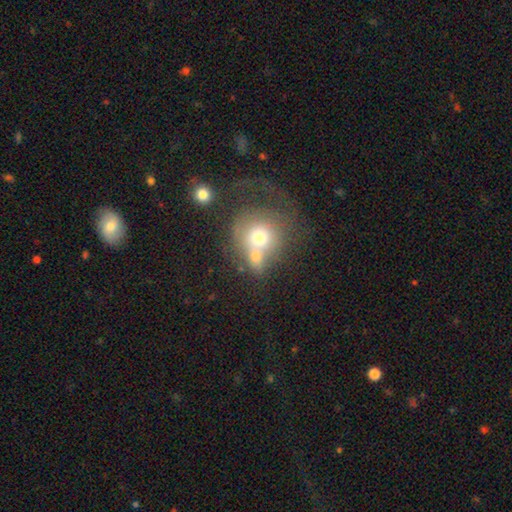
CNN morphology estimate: smooth 65%, featured or disk 22%, star or artifact 14%. Down the decision tree: how rounded — round (80%); merging — merger (52%).